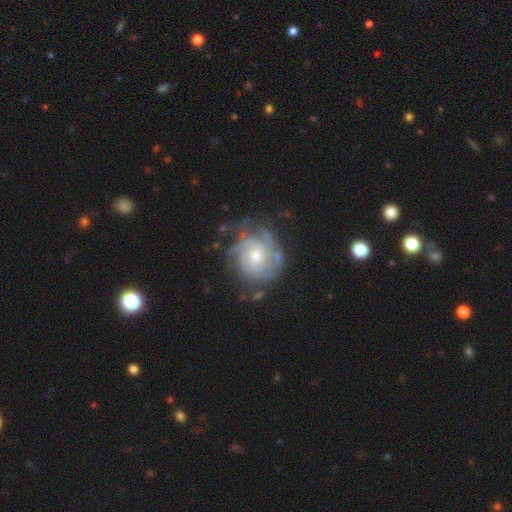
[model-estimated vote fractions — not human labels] A featured or disk galaxy (81%) with no bar (70%), tight (66%) spiral arms (91%) and a moderate central bulge (56%).

Vote fractions:
- Smooth or featured? featured or disk: 81% / smooth: 12% / star or artifact: 7%
- Edge-on disk? no: 98% / yes: 2%
- Bar? no: 70% / weak: 26% / strong: 4%
- Spiral arms? yes: 91% / no: 9%
- Spiral winding? tight: 66% / medium: 27% / loose: 7%
- Spiral arm count? can't tell: 44% / 3: 18% / 2: 16% / 4: 11% / more than 4: 6% / 1: 5%
- Bulge size? moderate: 56% / small: 38% / large: 4% / none: 2% / dominant: 1%
- Merging? none: 65% / minor disturbance: 21% / major disturbance: 12% / merger: 3%